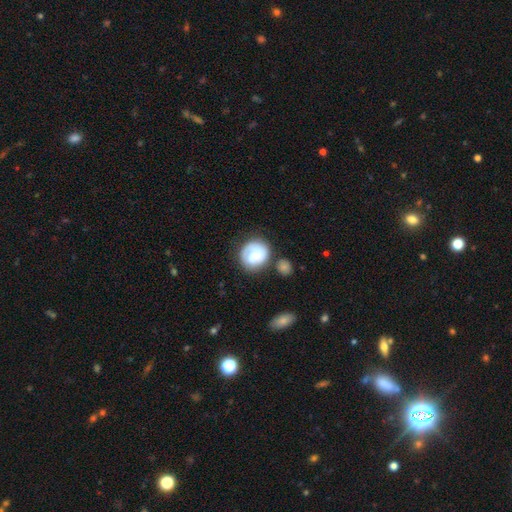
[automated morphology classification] smooth_or_featured: smooth (p=0.48) [alt: featured or disk p=0.45]
merging: none (p=0.63) [alt: minor disturbance p=0.19]